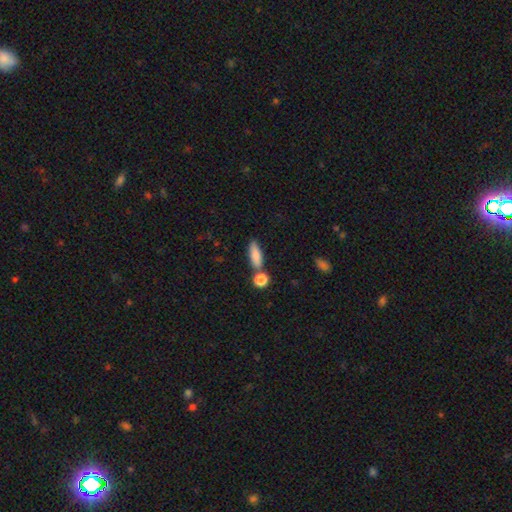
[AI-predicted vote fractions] smooth 83%, featured or disk 10%, star or artifact 8%. Down the decision tree: how rounded — in between (55%); merging — none (62%).